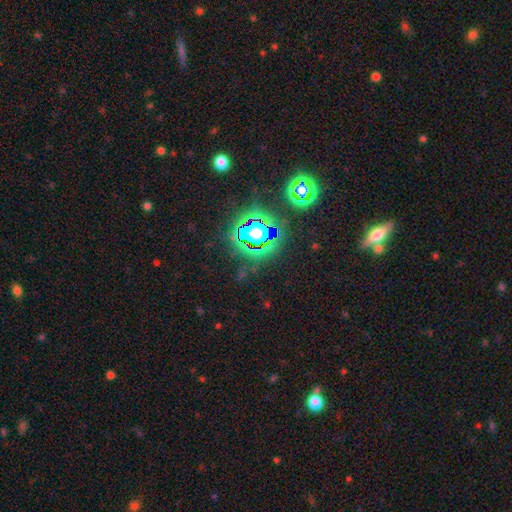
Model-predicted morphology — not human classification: smooth_or_featured: star or artifact (p=0.81) [alt: smooth p=0.11]